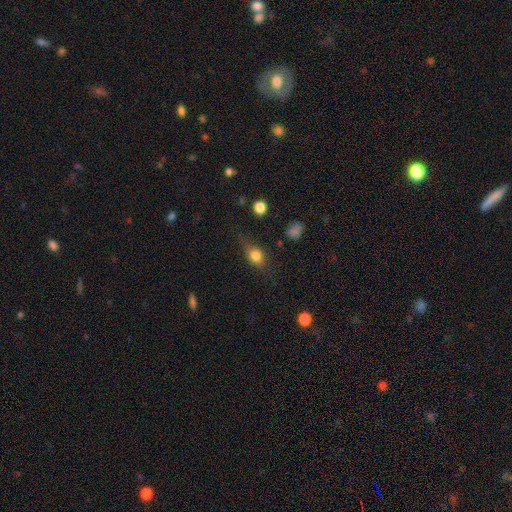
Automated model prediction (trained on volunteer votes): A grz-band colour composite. It shows a smooth galaxy with no disk features (75%) that is in between round and cigar-shaped (56%). Merging: none (59%).